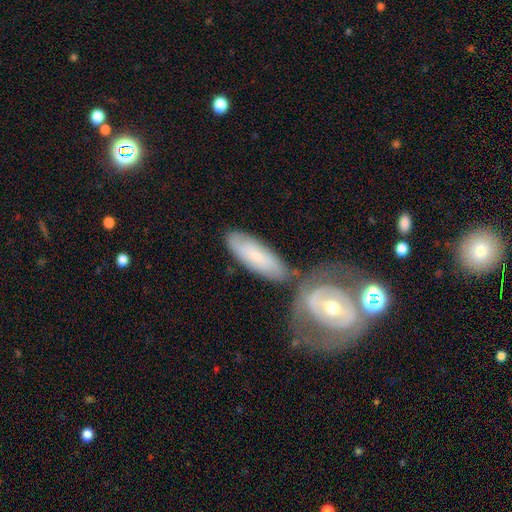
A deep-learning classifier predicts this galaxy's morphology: A smooth galaxy with no disk features (53%) that is in between round and cigar-shaped (70%). Merging: none (58%).